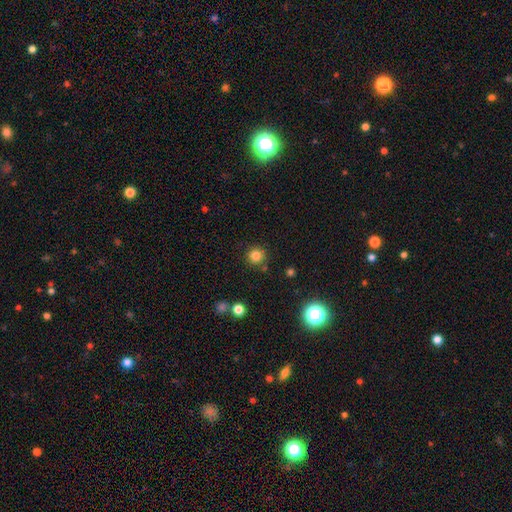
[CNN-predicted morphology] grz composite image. It shows a smooth galaxy with no disk features (82%) that is round (95%). Merging: none (85%).